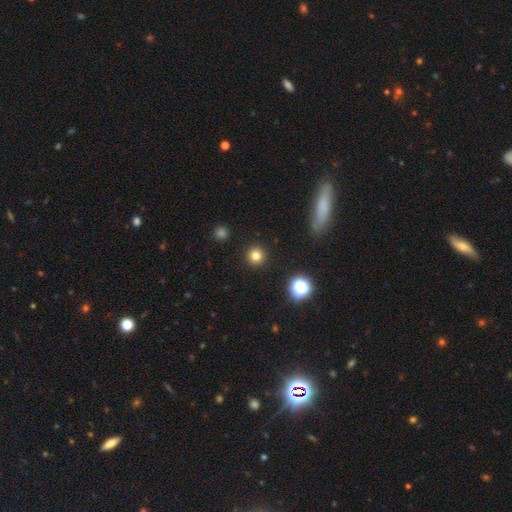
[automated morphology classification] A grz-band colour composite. It shows a smooth galaxy with no disk features (80%) that is round (95%). Merging: none (92%).